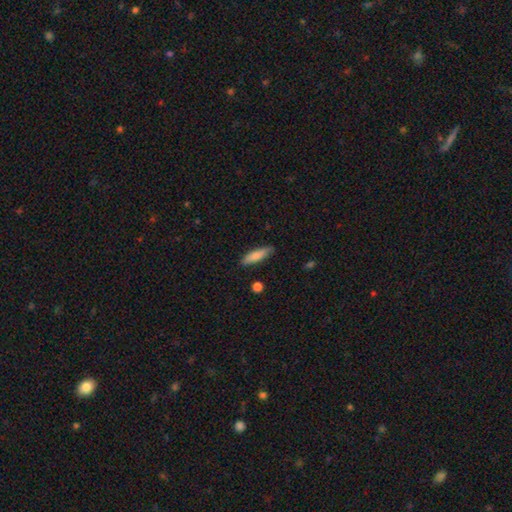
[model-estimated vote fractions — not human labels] The model was most divided on "how rounded": cigar-shaped: 69%, in between: 29%, round: 2%. More confident: merging — none (85%); smooth or featured — smooth (81%).